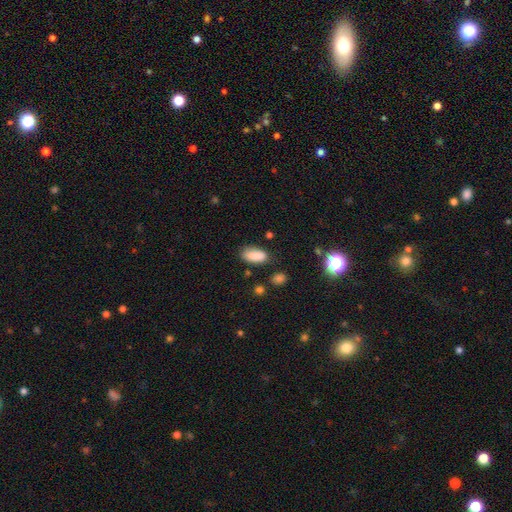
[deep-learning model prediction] A smooth galaxy with no disk features (87%) that is in between round and cigar-shaped (90%). Merging: none (77%).